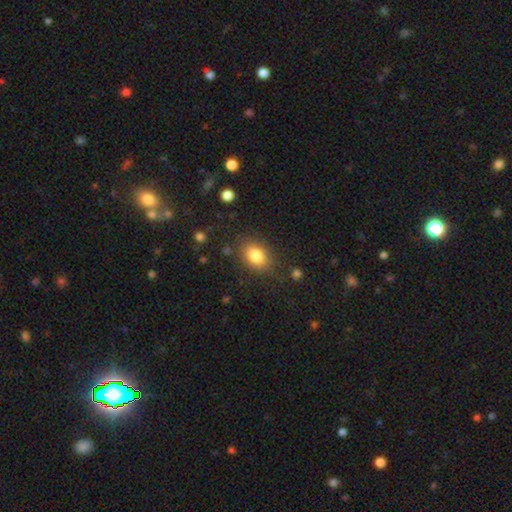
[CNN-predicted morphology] Overall: smooth (84%). How rounded: in between (77%). Merging: none (82%).